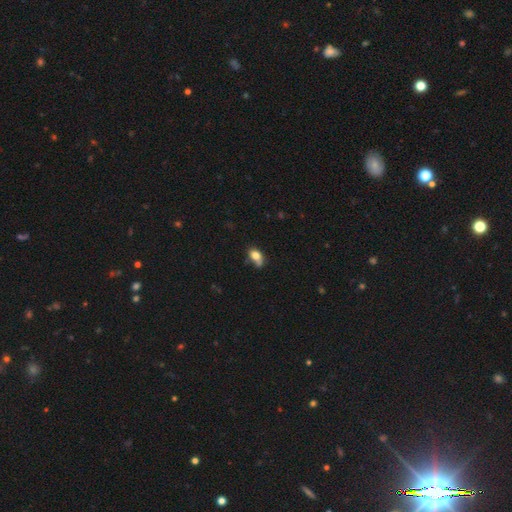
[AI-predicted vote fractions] Smooth or featured: smooth — 77% (featured or disk — 13%)
How rounded: in between — 83% (round — 14%)
Merging: none — 45% (minor disturbance — 30%)